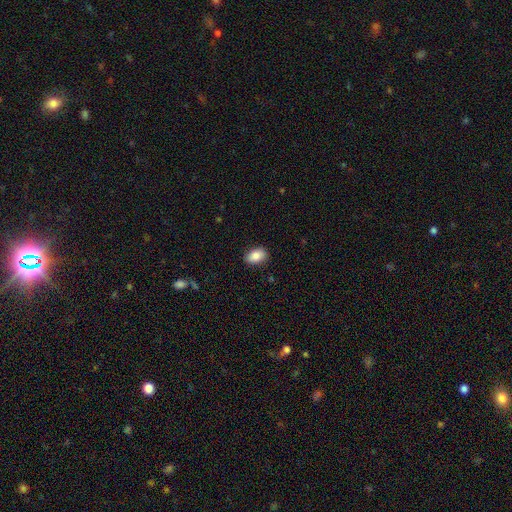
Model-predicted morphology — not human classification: Overall: smooth (86%). How rounded: in between (87%). Merging: none (87%).